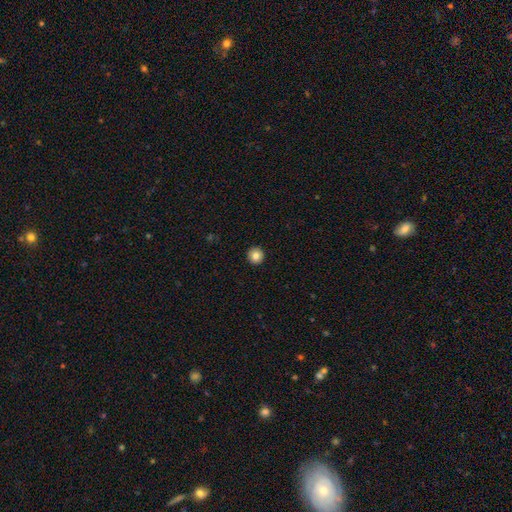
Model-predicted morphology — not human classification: A smooth galaxy with no disk features (84%) that is round (96%).

Vote fractions:
- Smooth or featured? smooth: 84% / star or artifact: 9% / featured or disk: 7%
- How rounded? round: 96% / in between: 3% / cigar-shaped: 1%
- Merging? none: 94% / minor disturbance: 4% / major disturbance: 1% / merger: 1%